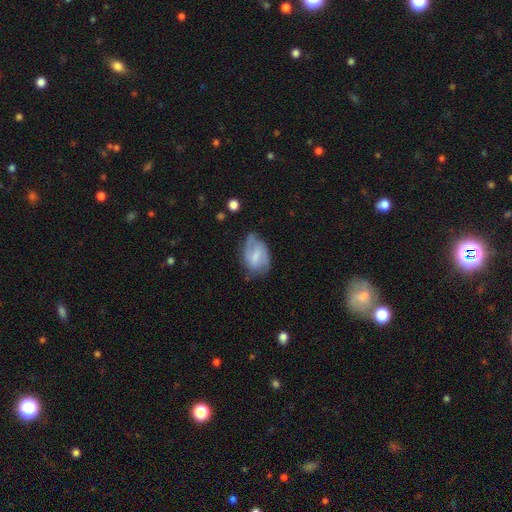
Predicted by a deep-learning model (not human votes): Morphology: type=featured or disk (54%); edge-on=no (96%); bar=weak (52%); spiral arms=yes (74%); bulge=small (39%); merging=none (50%).